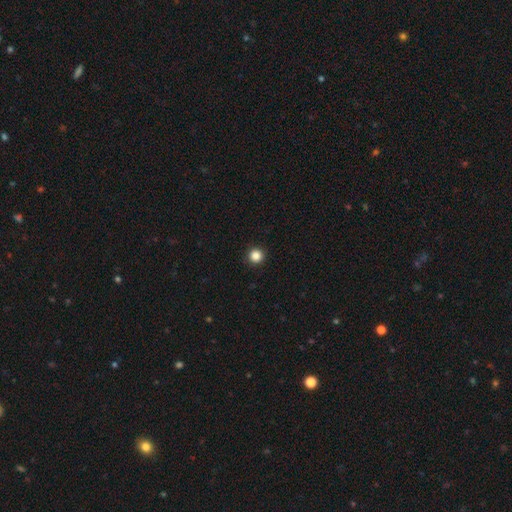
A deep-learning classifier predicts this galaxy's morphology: Smooth or featured? Predicted: smooth (p=0.85). How rounded? Predicted: round (p=0.96). Merging? Predicted: none (p=0.94).